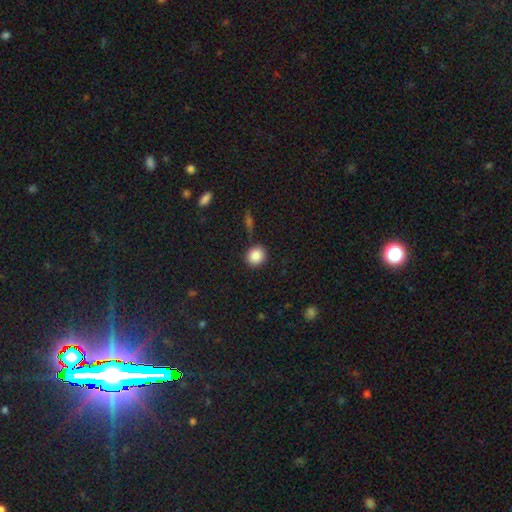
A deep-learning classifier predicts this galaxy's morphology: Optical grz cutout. It shows a smooth galaxy with no disk features (87%) that is round (84%). Merging: none (84%).